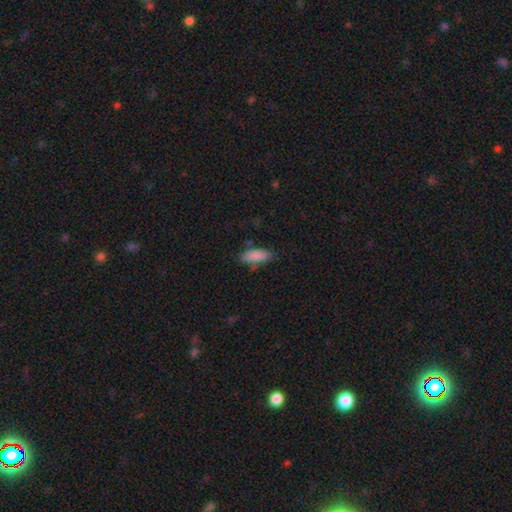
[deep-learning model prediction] This is clearly a smooth galaxy (88%). How rounded: likely in between (77%). Merging: likely none (76%).